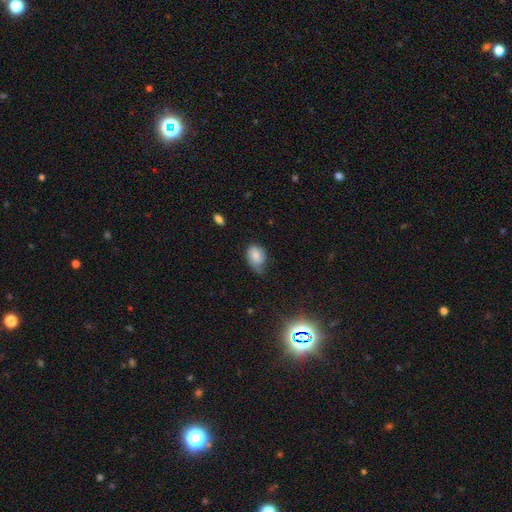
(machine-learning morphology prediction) A smooth galaxy with no disk features (79%) that is in between round and cigar-shaped (74%). Merging: minor disturbance (44%).